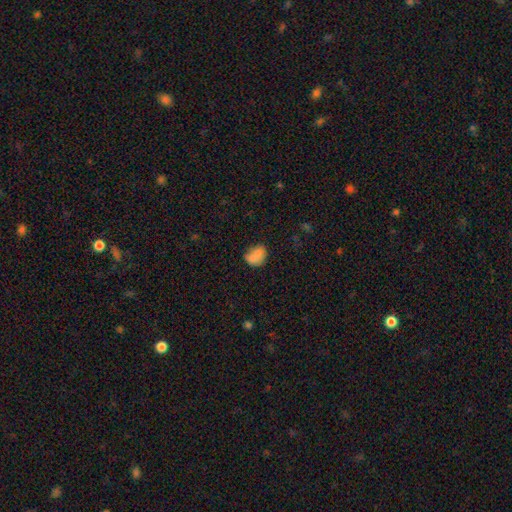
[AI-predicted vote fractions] Smooth or featured: smooth — 78% (featured or disk — 13%)
How rounded: in between — 51% (round — 48%)
Merging: none — 43% (merger — 31%)